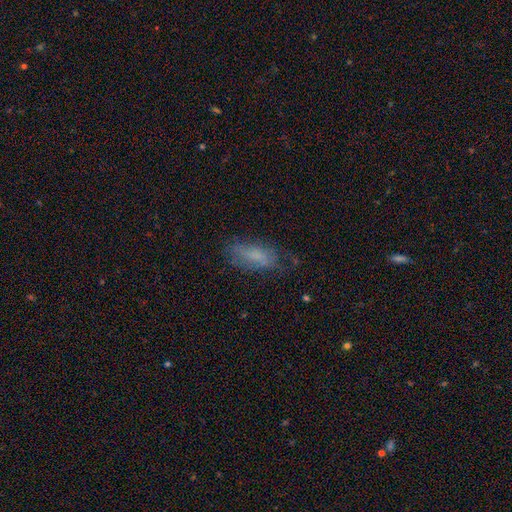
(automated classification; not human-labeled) Overall: smooth (66%). How rounded: in between (74%). Merging: none (60%; minor disturbance 25%).